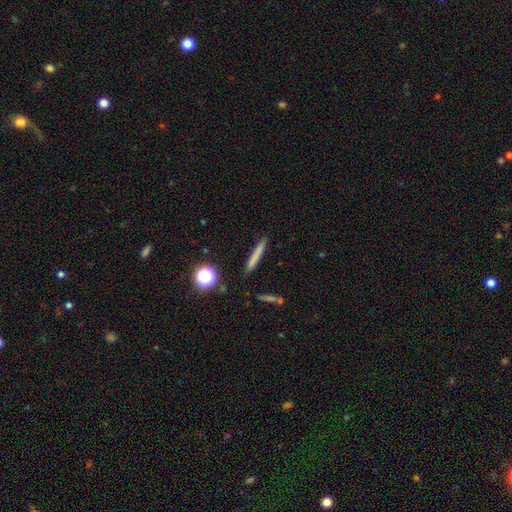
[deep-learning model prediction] This is likely a smooth galaxy (68%). How rounded: clearly cigar-shaped (94%). Merging: clearly none (89%).